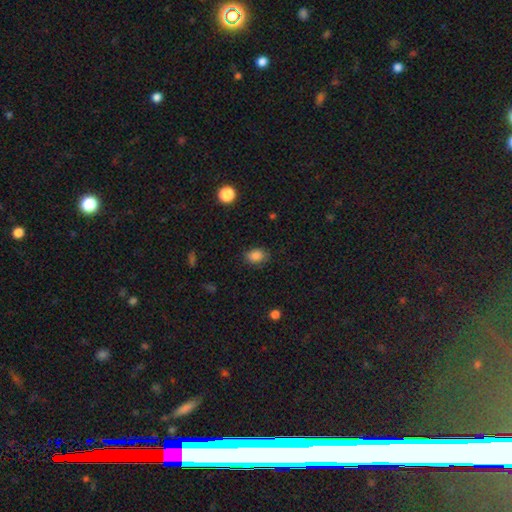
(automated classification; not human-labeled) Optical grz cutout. It shows a smooth galaxy with no disk features (85%) that is in between round and cigar-shaped (68%). Merging: none (82%).